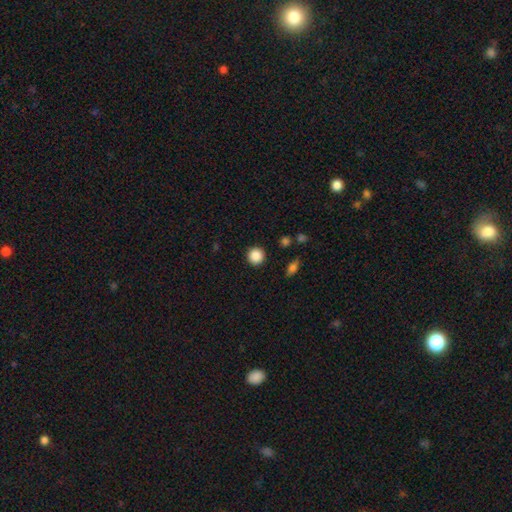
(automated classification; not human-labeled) The model was most divided on "smooth or featured": smooth: 87%, star or artifact: 9%, featured or disk: 3%. More confident: how rounded — round (94%); merging — none (92%).